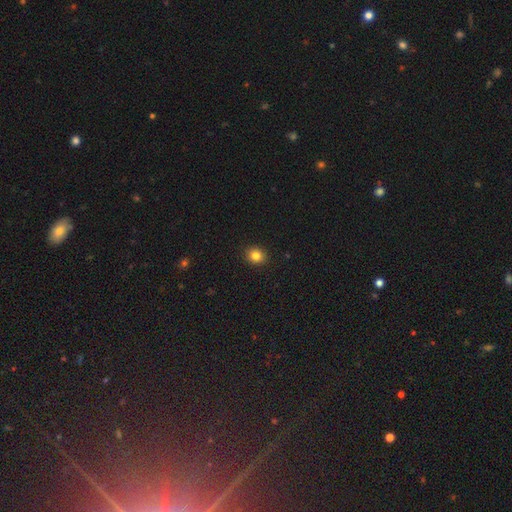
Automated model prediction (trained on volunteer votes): Smooth or featured: smooth — 83% (star or artifact — 11%)
How rounded: round — 76% (in between — 24%)
Merging: none — 92% (minor disturbance — 6%)